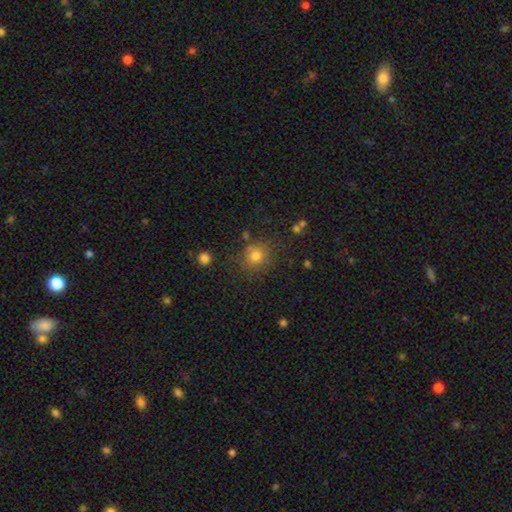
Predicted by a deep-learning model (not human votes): Overall: smooth (79%). How rounded: round (87%). Merging: none (78%).